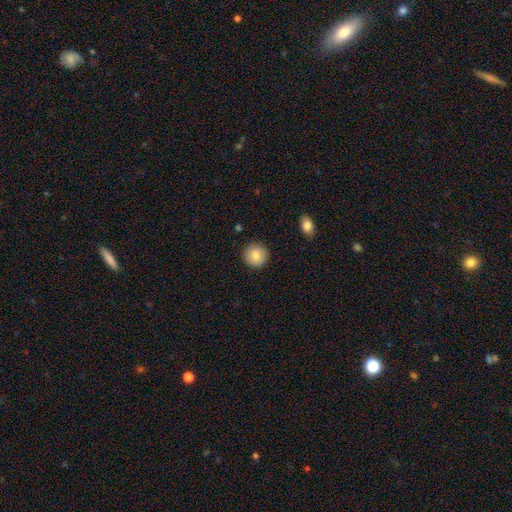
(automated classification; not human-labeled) The model was most divided on "smooth or featured": smooth: 85%, star or artifact: 8%, featured or disk: 7%. More confident: how rounded — round (93%); merging — none (90%).